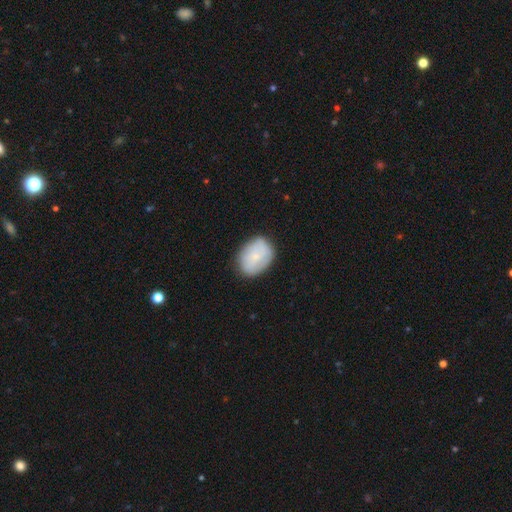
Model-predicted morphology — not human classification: Smooth or featured? smooth (70%)
How rounded? in between (66%)
Merging? none (77%)